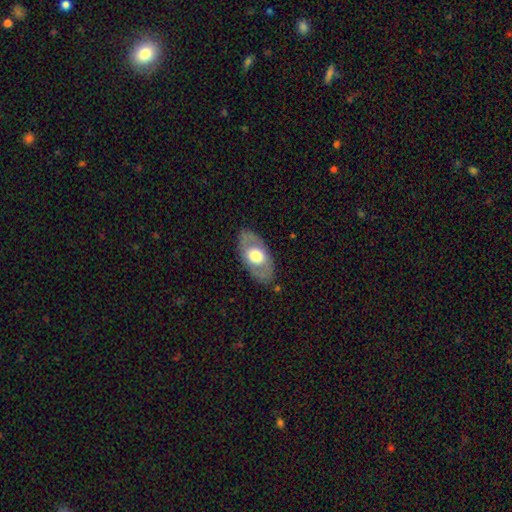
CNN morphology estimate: Smooth or featured? featured or disk (51%)
Edge-on disk? no (85%)
Merging? none (81%)